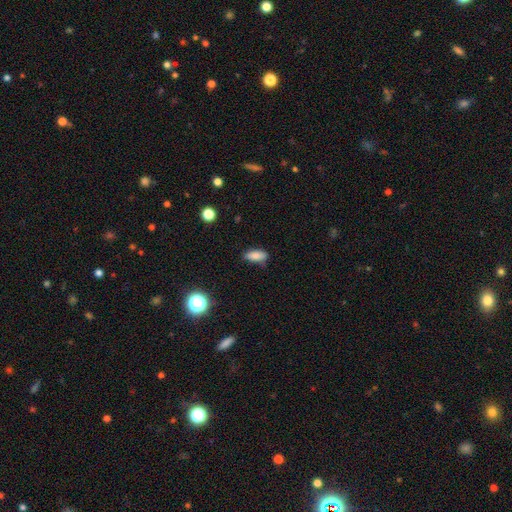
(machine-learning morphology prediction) Q: Smooth or featured?
A: smooth (85%); runner-up: star or artifact (9%)
Q: How rounded?
A: in between (80%); runner-up: cigar-shaped (16%)
Q: Merging?
A: none (76%); runner-up: minor disturbance (20%)